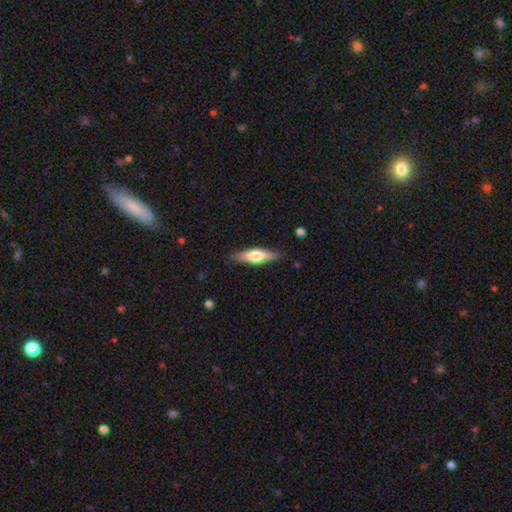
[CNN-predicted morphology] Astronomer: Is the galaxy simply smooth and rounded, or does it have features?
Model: smooth — 55% (runner-up: featured or disk, 39%).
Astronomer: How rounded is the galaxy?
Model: cigar-shaped — 58% (runner-up: in between, 40%).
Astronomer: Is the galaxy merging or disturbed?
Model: none — 86%.